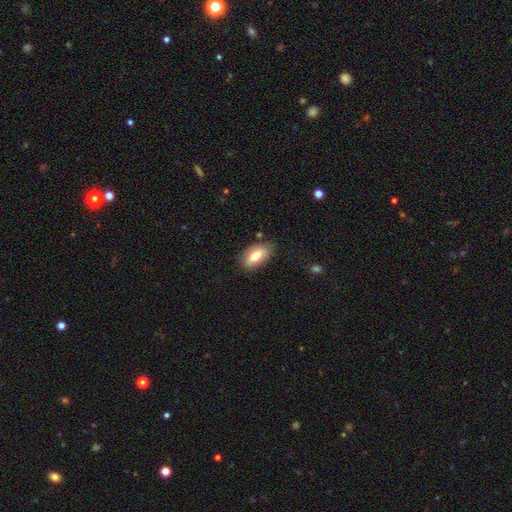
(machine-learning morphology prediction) A smooth galaxy with no disk features (75%) that is in between round and cigar-shaped (90%). Merging: none (78%).